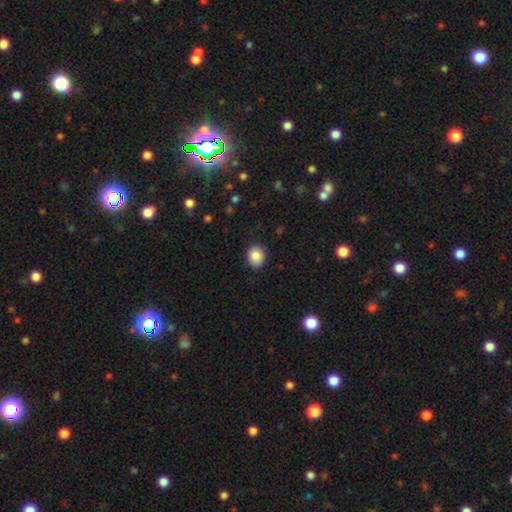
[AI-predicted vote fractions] The model was most divided on "how rounded": round: 64%, in between: 35%, cigar-shaped: 1%. More confident: merging — none (88%); smooth or featured — smooth (86%).